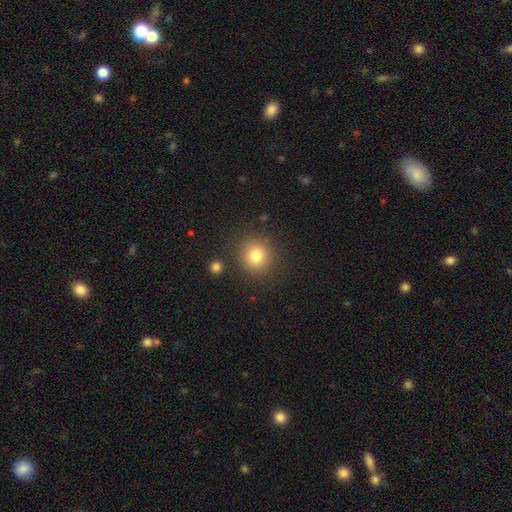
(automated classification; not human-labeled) Smooth or featured? Predicted: smooth (p=0.80). How rounded? Predicted: round (p=0.90). Merging? Predicted: none (p=0.87).